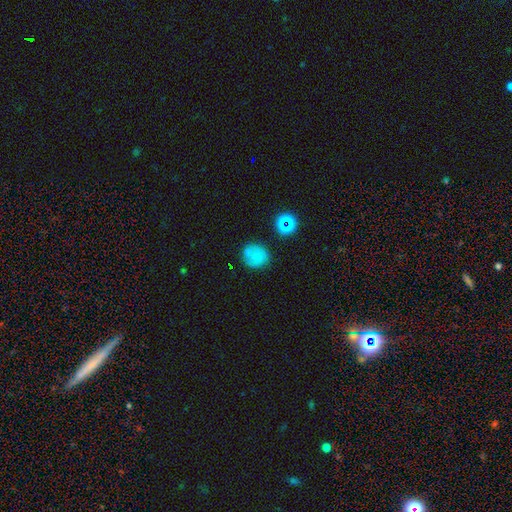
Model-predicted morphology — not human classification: This appears to be a smooth galaxy with no disk features (69%) that is round (85%). Merging: none (74%).